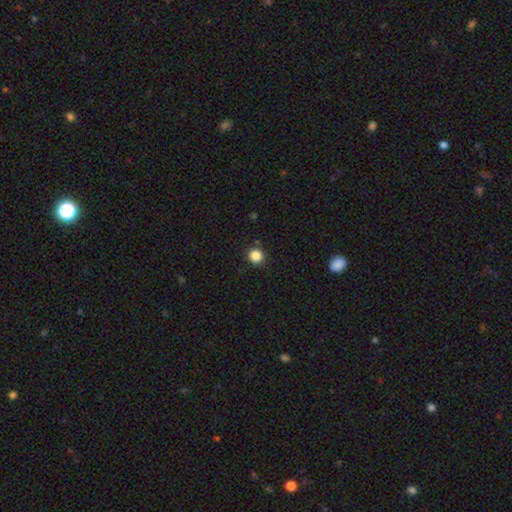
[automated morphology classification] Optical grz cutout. It shows a smooth galaxy with no disk features (86%) that is round (91%). Merging: none (90%).